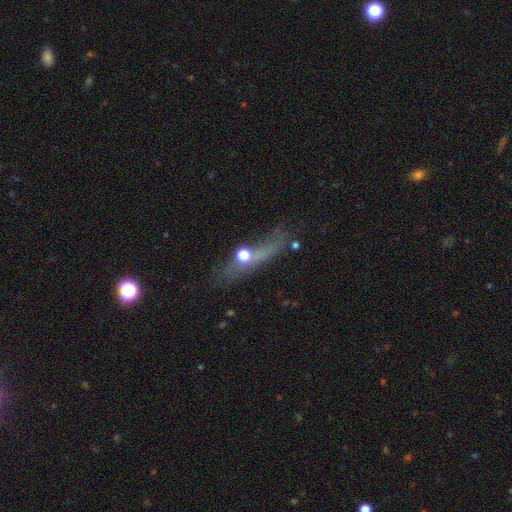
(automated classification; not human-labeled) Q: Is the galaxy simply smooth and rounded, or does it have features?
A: featured or disk — 44%.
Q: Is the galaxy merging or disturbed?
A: none — 47%.